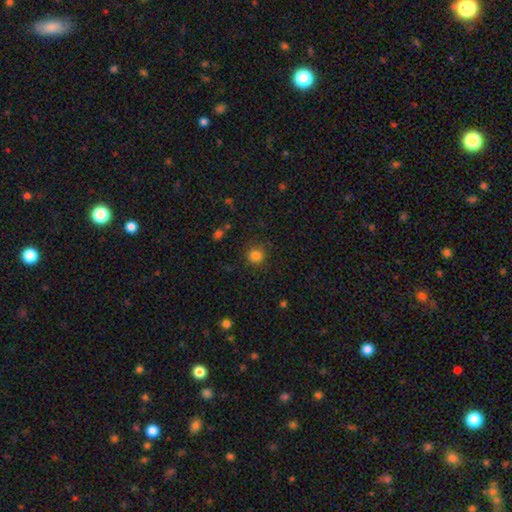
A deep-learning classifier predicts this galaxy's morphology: Smooth or featured? smooth (83%)
How rounded? round (90%)
Merging? none (84%)